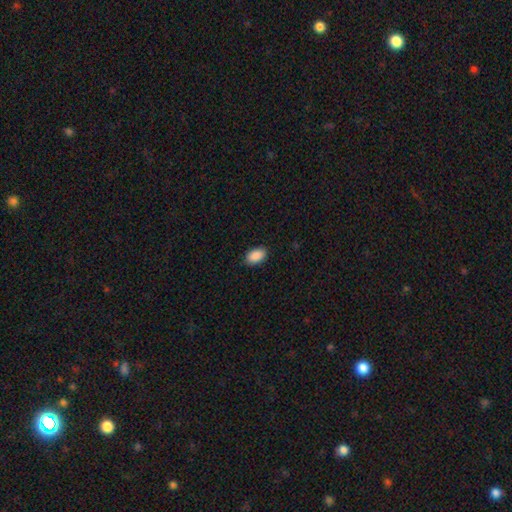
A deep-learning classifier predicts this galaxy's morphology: Smooth or featured: smooth — 90% (star or artifact — 7%)
How rounded: in between — 92% (round — 6%)
Merging: none — 88% (minor disturbance — 9%)